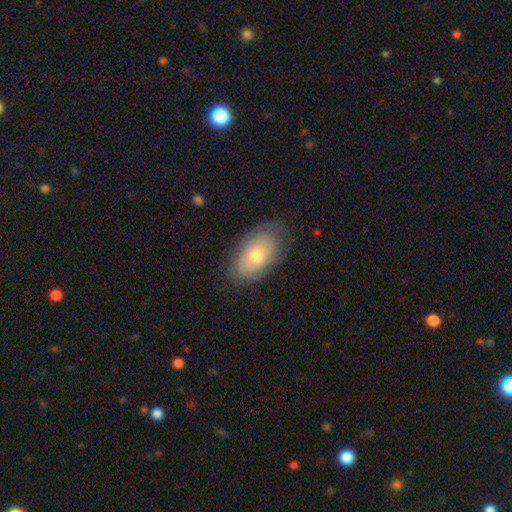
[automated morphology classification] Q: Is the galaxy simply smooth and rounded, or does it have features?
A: smooth — 59%.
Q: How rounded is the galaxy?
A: in between — 91%.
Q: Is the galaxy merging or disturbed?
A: none — 72%.